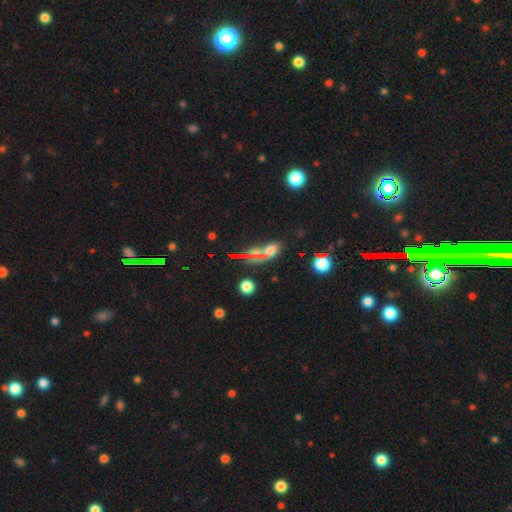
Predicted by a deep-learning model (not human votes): Q: Smooth or featured?
A: star or artifact (41%); runner-up: smooth (39%)